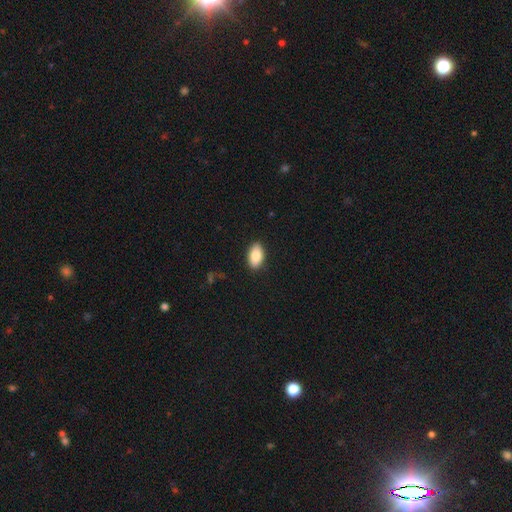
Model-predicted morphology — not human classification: The model was most divided on "smooth or featured": smooth: 84%, featured or disk: 9%, star or artifact: 7%. More confident: how rounded — in between (93%); merging — none (89%).